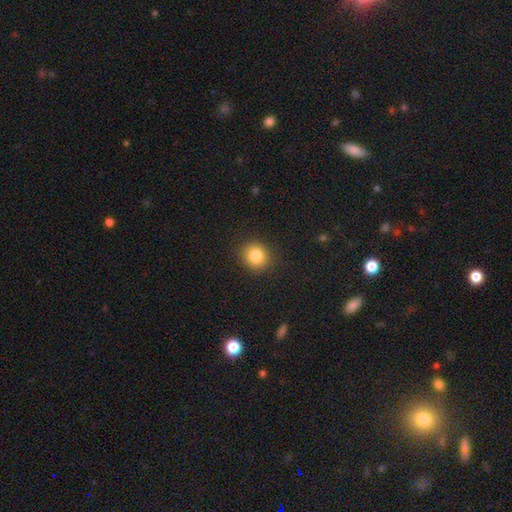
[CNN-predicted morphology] This appears to be a smooth galaxy with no disk features (83%) that is round (83%). Merging: none (90%).